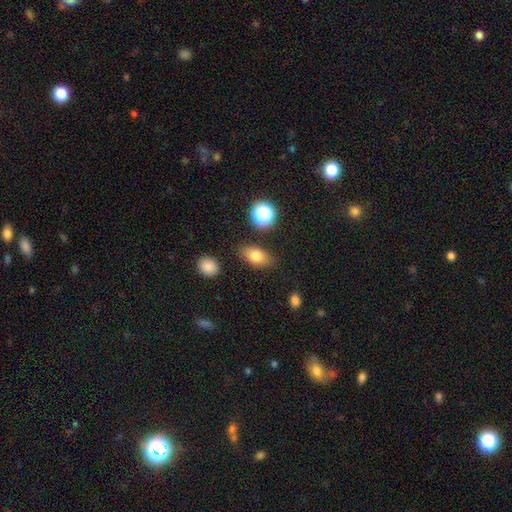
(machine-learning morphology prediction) smooth_or_featured: smooth (p=0.77) [alt: featured or disk p=0.12]
how_rounded: in between (p=0.84) [alt: round p=0.12]
merging: none (p=0.83) [alt: minor disturbance p=0.11]